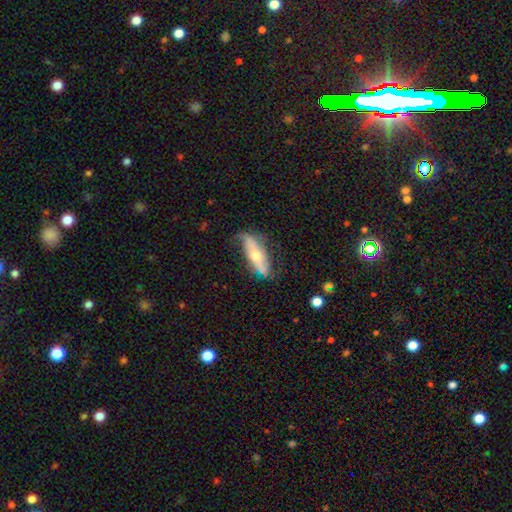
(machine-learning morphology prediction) smooth_or_featured: featured or disk (p=0.56) [alt: smooth p=0.38]
disk_edge_on: no (p=0.62) [alt: yes p=0.38]
merging: none (p=0.56) [alt: minor disturbance p=0.29]